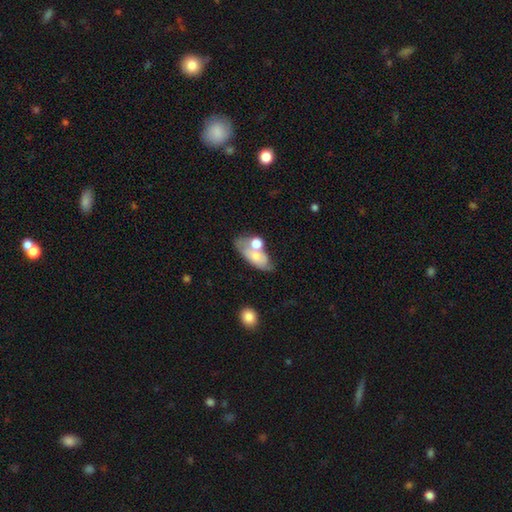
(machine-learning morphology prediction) Smooth or featured? Predicted: smooth (p=0.57). How rounded? Predicted: in between (p=0.83). Merging? Predicted: merger (p=0.37).